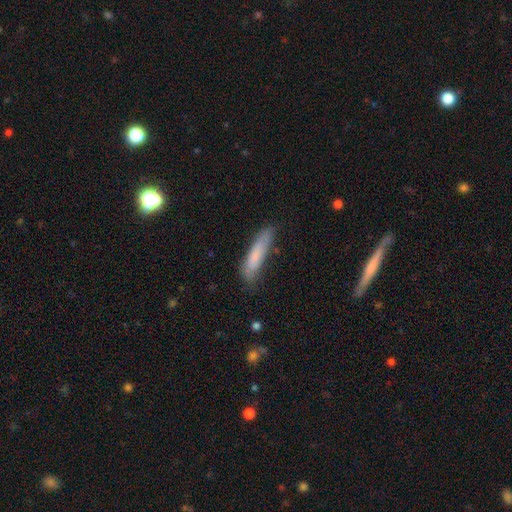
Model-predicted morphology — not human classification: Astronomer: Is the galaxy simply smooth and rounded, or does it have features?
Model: smooth — 76%.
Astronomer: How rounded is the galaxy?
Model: cigar-shaped — 81%.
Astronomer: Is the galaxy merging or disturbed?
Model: none — 69%.